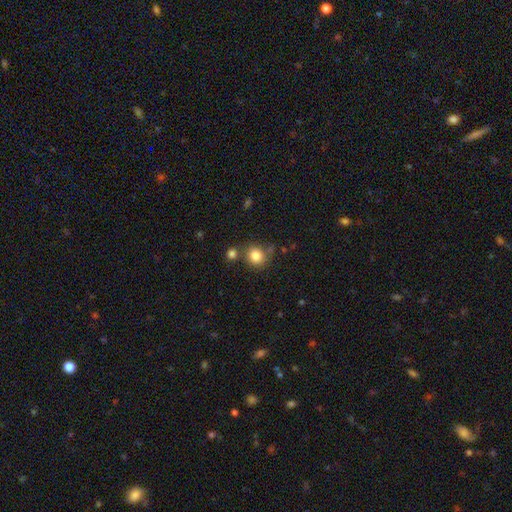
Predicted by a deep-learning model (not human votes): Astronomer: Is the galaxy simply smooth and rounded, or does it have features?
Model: smooth — 83%.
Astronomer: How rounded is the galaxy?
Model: round — 84%.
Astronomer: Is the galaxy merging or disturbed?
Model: none — 68%.